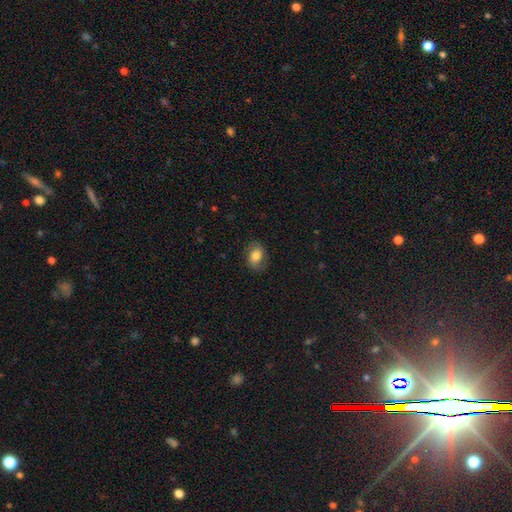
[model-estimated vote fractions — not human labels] Smooth or featured: smooth — 69% (featured or disk — 22%)
How rounded: in between — 73% (round — 25%)
Merging: none — 77% (minor disturbance — 16%)